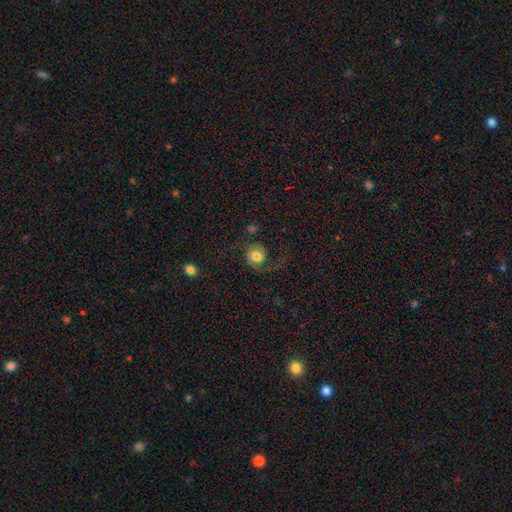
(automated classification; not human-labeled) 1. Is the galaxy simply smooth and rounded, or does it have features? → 57% featured or disk, 35% smooth, 9% star or artifact.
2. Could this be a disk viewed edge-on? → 97% no, 3% yes.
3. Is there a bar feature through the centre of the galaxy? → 65% no, 28% weak, 7% strong.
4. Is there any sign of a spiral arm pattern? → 91% yes, 9% no.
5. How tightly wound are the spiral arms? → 62% loose, 31% medium, 7% tight.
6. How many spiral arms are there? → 81% 2, 13% 1, 3% can't tell, 1% 3, 1% 4, 1% more than 4.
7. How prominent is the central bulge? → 49% moderate, 35% large, 7% dominant, 7% small, 2% none.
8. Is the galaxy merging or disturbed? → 57% none, 24% major disturbance, 16% minor disturbance, 3% merger.